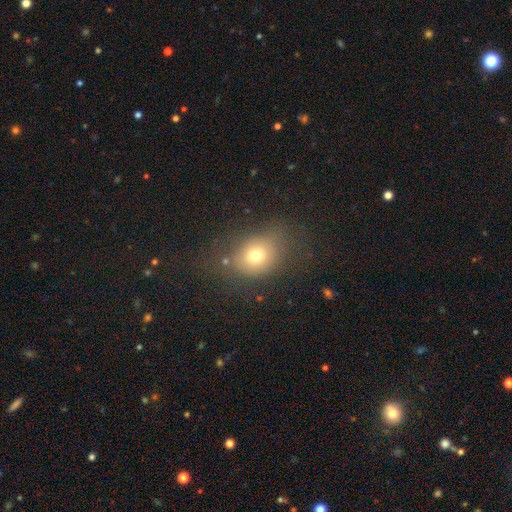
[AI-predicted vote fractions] Smooth or featured? Predicted: smooth (p=0.70). How rounded? Predicted: round (p=0.51). Merging? Predicted: none (p=0.61).